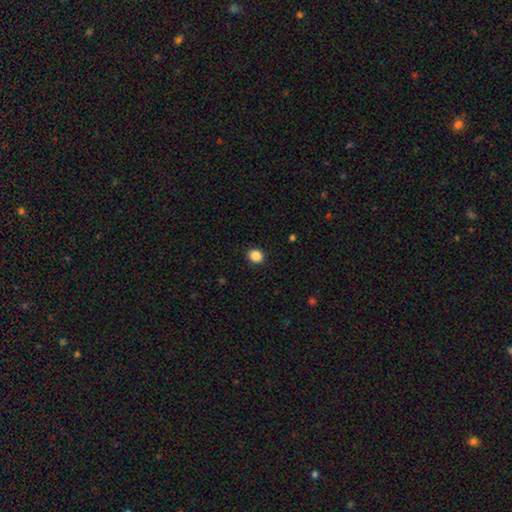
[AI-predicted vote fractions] A smooth galaxy with no disk features (88%) that is round (74%).

Vote fractions:
- Smooth or featured? smooth: 88% / star or artifact: 10% / featured or disk: 3%
- How rounded? round: 74% / in between: 25% / cigar-shaped: 1%
- Merging? none: 91% / minor disturbance: 6% / major disturbance: 2% / merger: 1%